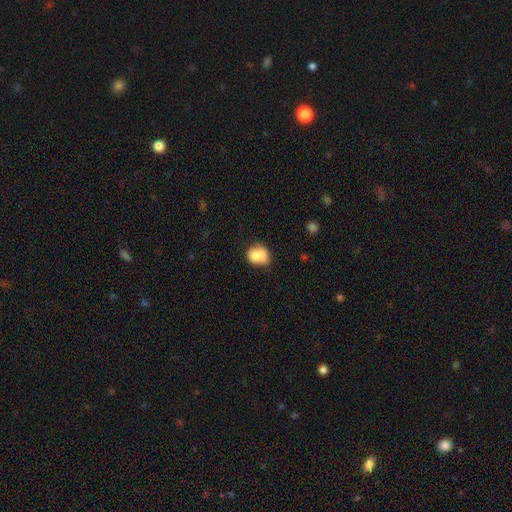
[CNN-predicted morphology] A smooth galaxy with no disk features (76%) that is round (59%). Merging: none (41%).